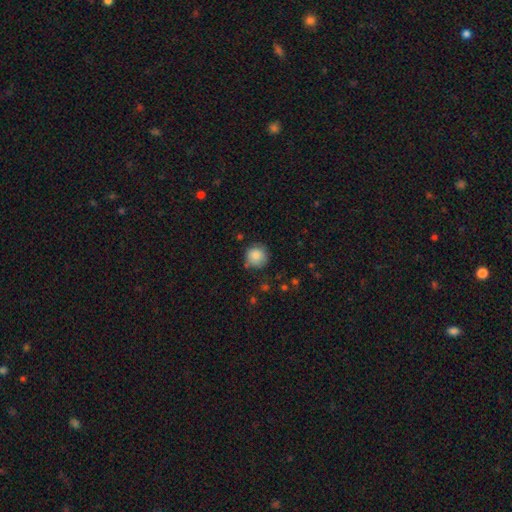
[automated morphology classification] The model was most divided on "merging": none: 77%, minor disturbance: 17%, major disturbance: 4%, merger: 3%. More confident: how rounded — round (92%); smooth or featured — smooth (85%).